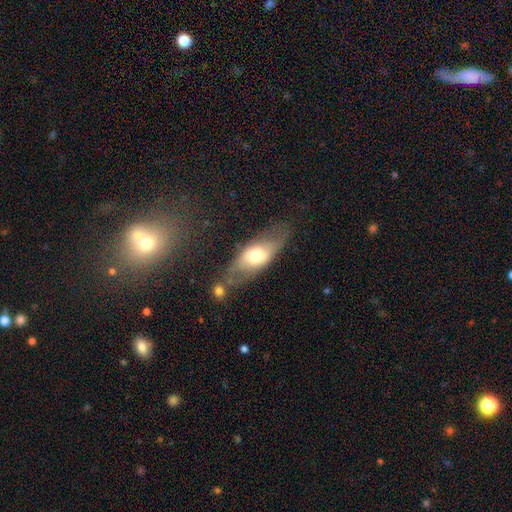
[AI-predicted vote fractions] Smooth or featured? Predicted: smooth (p=0.52). How rounded? Predicted: in between (p=0.74). Merging? Predicted: none (p=0.59).